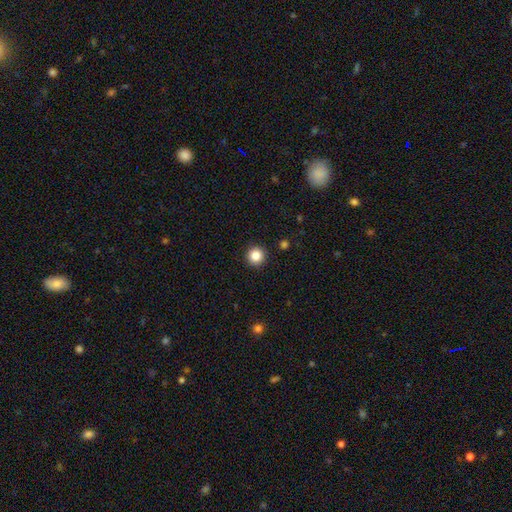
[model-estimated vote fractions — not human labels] Smooth or featured? Predicted: smooth (p=0.85). How rounded? Predicted: round (p=0.96). Merging? Predicted: none (p=0.93).